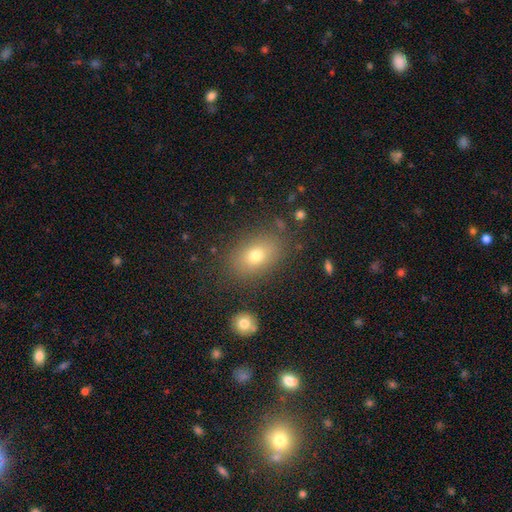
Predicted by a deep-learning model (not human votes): smooth-or-featured: smooth: 73% | featured or disk: 14% | star or artifact: 13%
  how-rounded: in between: 78% | round: 20% | cigar-shaped: 2%
  merging: none: 81% | minor disturbance: 11% | major disturbance: 5% | merger: 3%